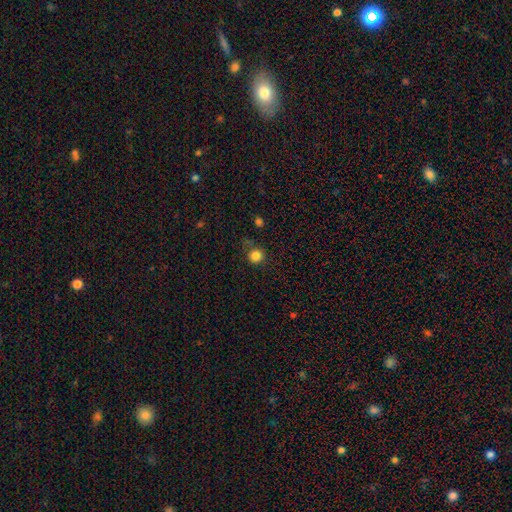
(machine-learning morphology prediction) smooth-or-featured: smooth: 84% | star or artifact: 12% | featured or disk: 4%
  how-rounded: round: 93% | in between: 7% | cigar-shaped: 1%
  merging: none: 80% | minor disturbance: 12% | major disturbance: 5% | merger: 4%